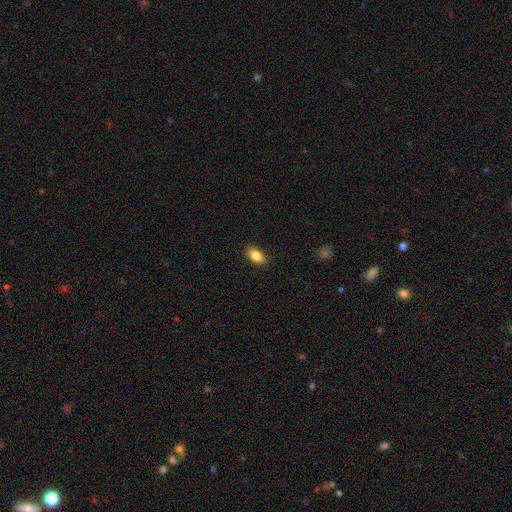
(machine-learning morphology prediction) This is clearly a smooth galaxy (85%). How rounded: clearly in between (90%). Merging: clearly none (88%).